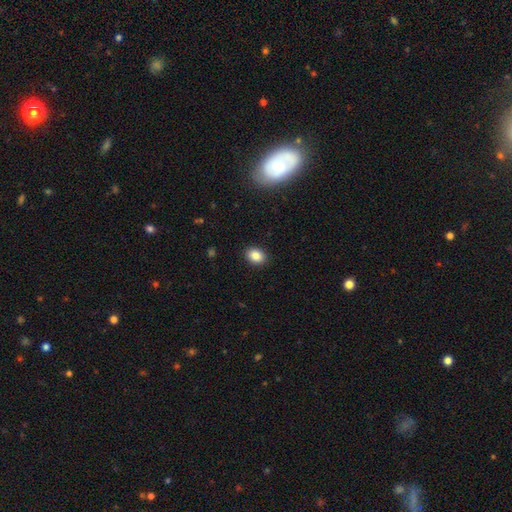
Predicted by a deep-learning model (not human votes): A smooth galaxy with no disk features (86%) that is in between round and cigar-shaped (67%).

Vote fractions:
- Smooth or featured? smooth: 86% / star or artifact: 9% / featured or disk: 5%
- How rounded? in between: 67% / round: 32% / cigar-shaped: 1%
- Merging? none: 90% / minor disturbance: 7% / major disturbance: 2% / merger: 1%